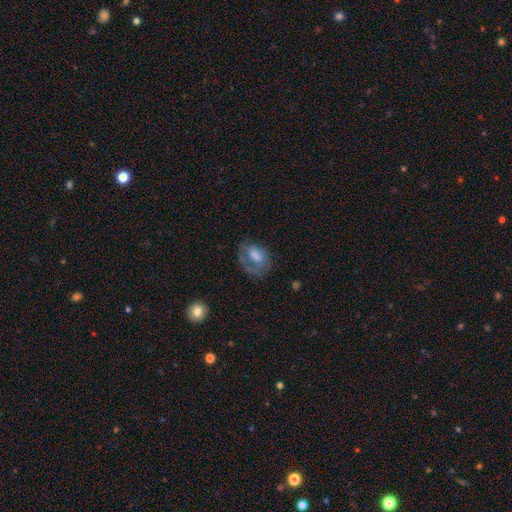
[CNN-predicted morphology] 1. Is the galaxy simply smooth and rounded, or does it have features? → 54% smooth, 37% featured or disk, 9% star or artifact.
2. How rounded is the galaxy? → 73% in between, 25% round, 2% cigar-shaped.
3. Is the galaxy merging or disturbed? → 44% none, 30% major disturbance, 24% minor disturbance, 2% merger.